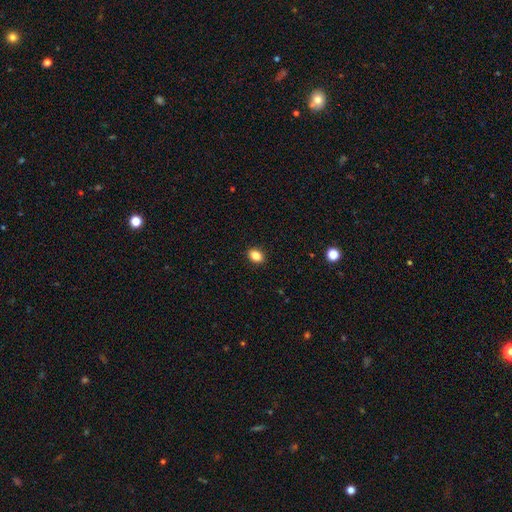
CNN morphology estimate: smooth 85%, star or artifact 10%, featured or disk 5%. Down the decision tree: how rounded — in between (70%); merging — none (91%).